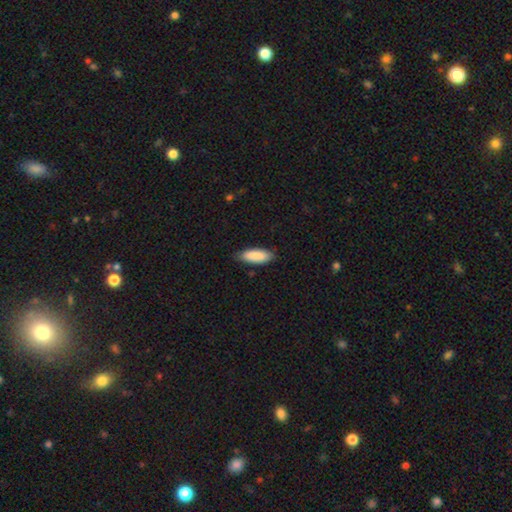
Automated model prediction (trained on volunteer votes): This appears to be a smooth galaxy with no disk features (89%) that is in between round and cigar-shaped (71%). Merging: none (82%).